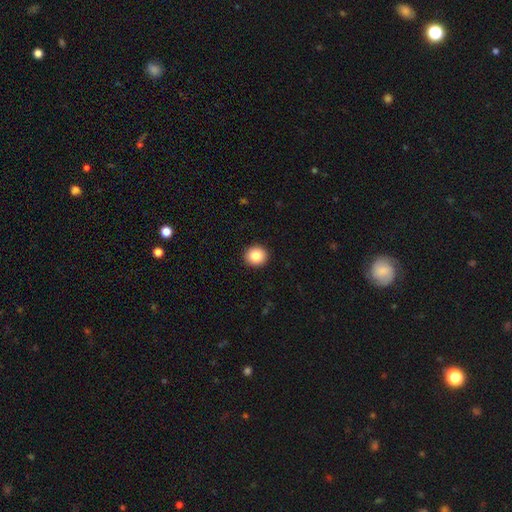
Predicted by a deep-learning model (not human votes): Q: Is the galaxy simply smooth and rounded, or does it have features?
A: smooth — 86%.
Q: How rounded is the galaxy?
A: round — 87%.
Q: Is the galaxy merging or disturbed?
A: none — 93%.